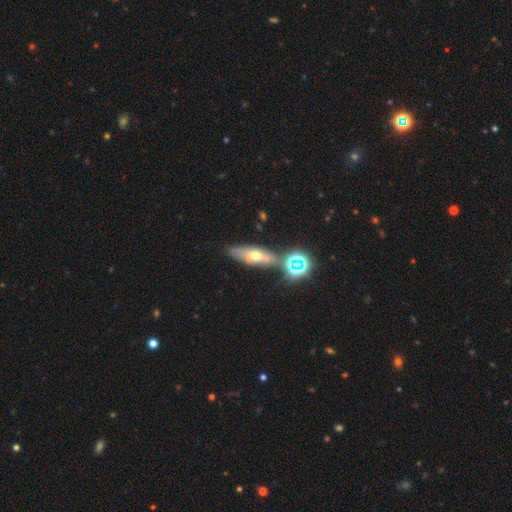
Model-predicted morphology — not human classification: Q: Smooth or featured?
A: smooth (41%); runner-up: featured or disk (37%)
Q: Merging?
A: none (68%); runner-up: minor disturbance (14%)